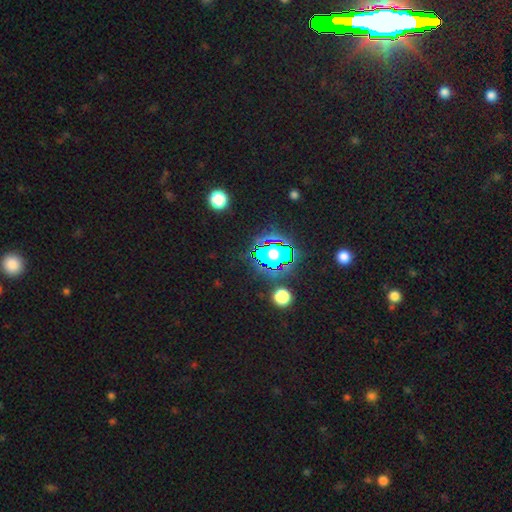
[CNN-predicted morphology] A star or artifact, not a galaxy (81%).

Vote fractions:
- Smooth or featured? star or artifact: 81% / smooth: 12% / featured or disk: 7%